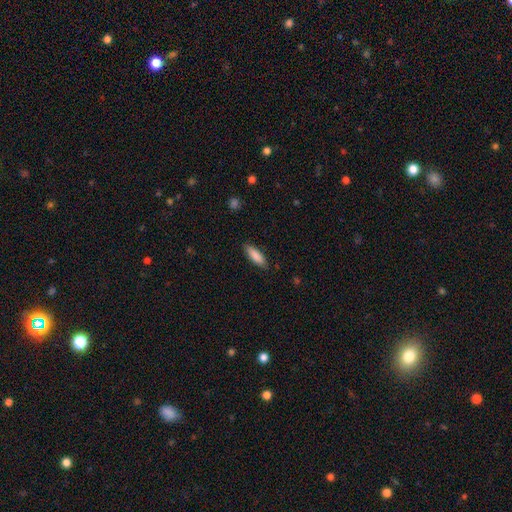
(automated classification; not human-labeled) Smooth or featured: smooth — 87% (featured or disk — 8%)
How rounded: in between — 52% (cigar-shaped — 46%)
Merging: none — 86% (minor disturbance — 11%)